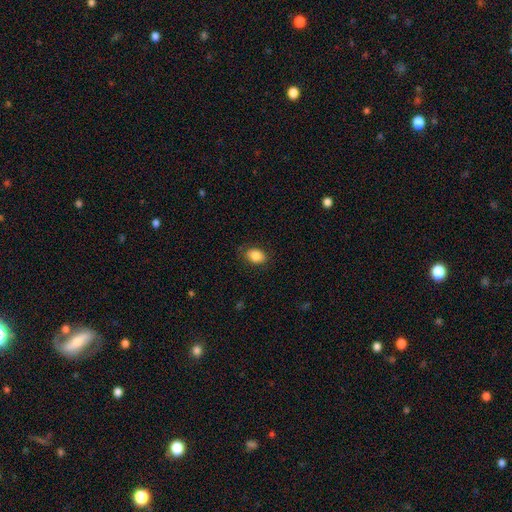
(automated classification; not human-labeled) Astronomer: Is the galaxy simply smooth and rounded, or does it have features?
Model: smooth — 86%.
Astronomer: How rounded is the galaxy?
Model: in between — 71%.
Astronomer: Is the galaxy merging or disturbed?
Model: none — 82%.